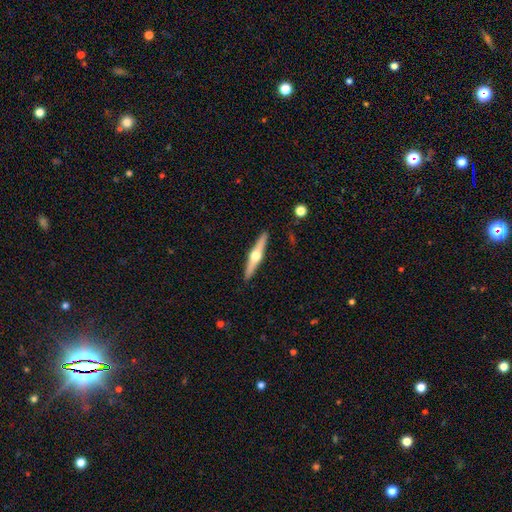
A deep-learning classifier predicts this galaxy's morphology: This is likely a featured or disk galaxy (73%). It is clearly viewed edge-on (97%). Edge-on bulge: clearly rounded (96%). Merging: clearly none (91%).